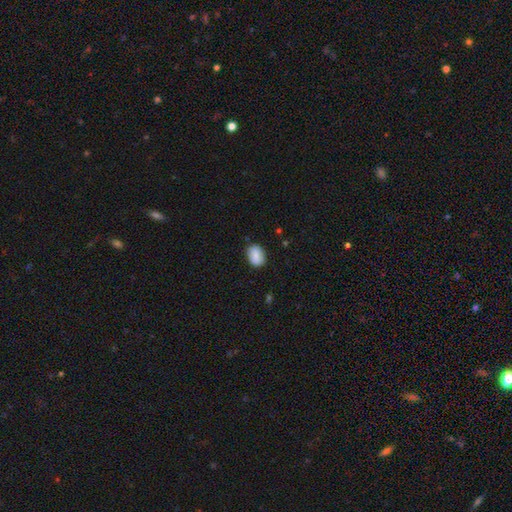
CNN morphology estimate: Overall: smooth (82%). How rounded: in between (74%). Merging: none (82%).